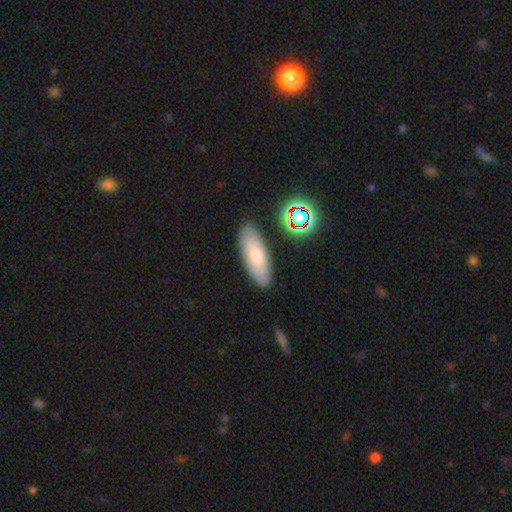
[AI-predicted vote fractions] A smooth galaxy with no disk features (65%) that is in between round and cigar-shaped (70%).

Vote fractions:
- Smooth or featured? smooth: 65% / featured or disk: 25% / star or artifact: 10%
- How rounded? in between: 70% / cigar-shaped: 27% / round: 3%
- Merging? none: 86% / minor disturbance: 9% / merger: 2% / major disturbance: 2%